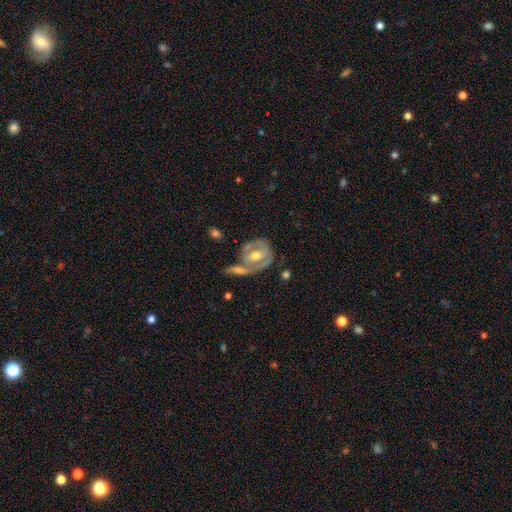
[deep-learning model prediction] A featured or disk galaxy (67%) with a weak bar (40%), spiral arms (53%) and a moderate central bulge (73%).

Vote fractions:
- Smooth or featured? featured or disk: 67% / smooth: 27% / star or artifact: 6%
- Edge-on disk? no: 94% / yes: 6%
- Bar? weak: 40% / no: 36% / strong: 24%
- Spiral arms? yes: 53% / no: 47%
- Bulge size? moderate: 73% / small: 19% / large: 5% / none: 1% / dominant: 1%
- Merging? none: 43% / merger: 29% / minor disturbance: 17% / major disturbance: 11%